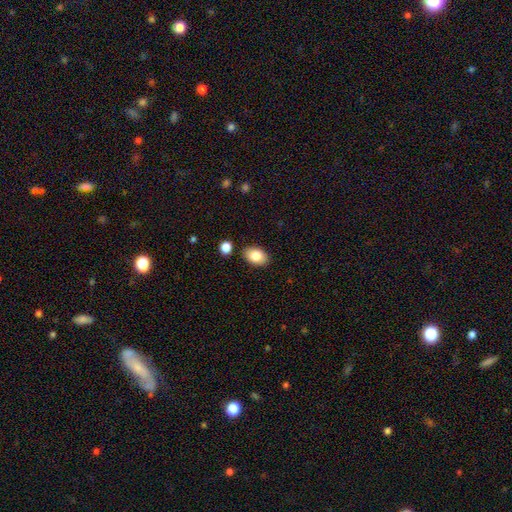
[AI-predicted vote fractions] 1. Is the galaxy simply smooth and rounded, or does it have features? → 84% smooth, 9% featured or disk, 7% star or artifact.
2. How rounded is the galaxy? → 87% in between, 12% round, 1% cigar-shaped.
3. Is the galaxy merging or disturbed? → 85% none, 9% minor disturbance, 3% merger, 2% major disturbance.